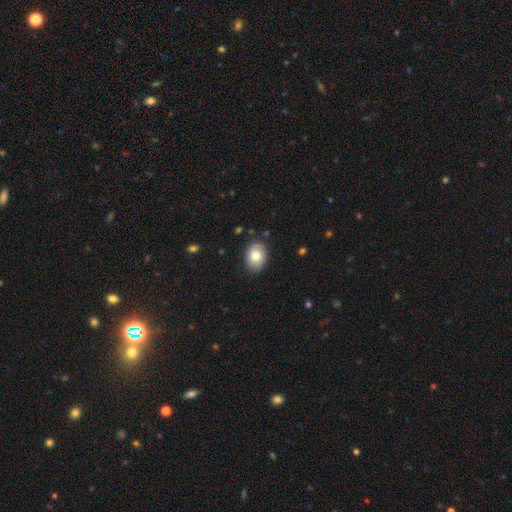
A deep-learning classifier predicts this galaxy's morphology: Q: Smooth or featured?
A: smooth (76%); runner-up: featured or disk (16%)
Q: How rounded?
A: in between (67%); runner-up: round (32%)
Q: Merging?
A: none (81%); runner-up: minor disturbance (15%)